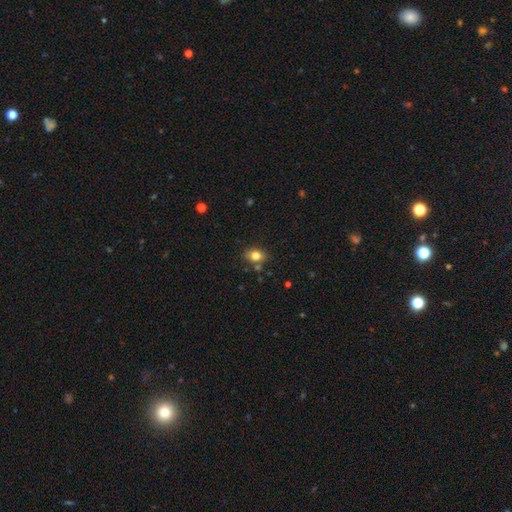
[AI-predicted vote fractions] Smooth or featured? smooth (80%)
How rounded? in between (61%)
Merging? none (75%)